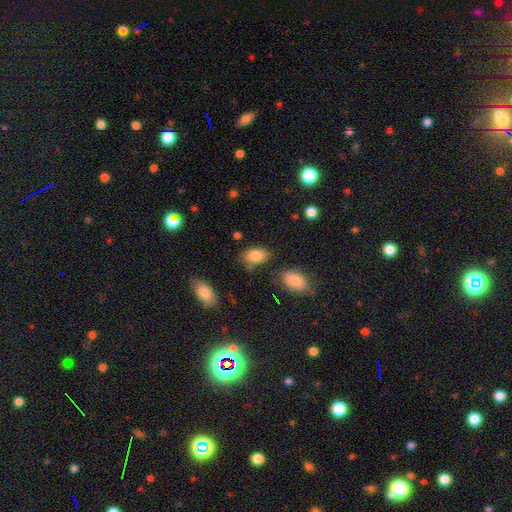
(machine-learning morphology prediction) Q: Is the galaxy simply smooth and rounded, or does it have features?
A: smooth — 85%.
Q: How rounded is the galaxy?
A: in between — 88%.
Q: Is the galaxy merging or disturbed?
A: none — 66%.